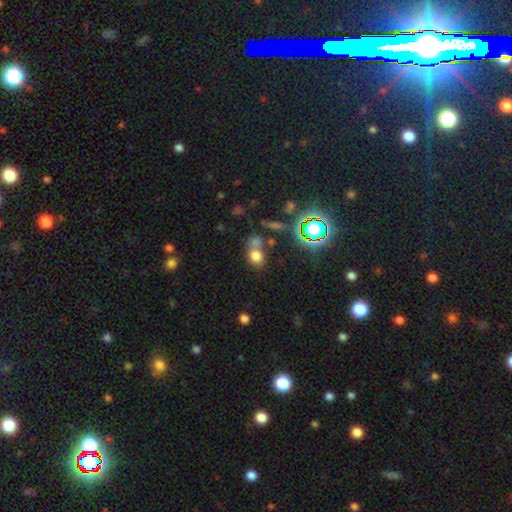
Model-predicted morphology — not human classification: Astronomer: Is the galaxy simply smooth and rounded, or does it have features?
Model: smooth — 70%.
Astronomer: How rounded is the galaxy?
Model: round — 55% (runner-up: in between, 43%).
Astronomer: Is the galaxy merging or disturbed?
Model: none — 44% (runner-up: merger, 37%).